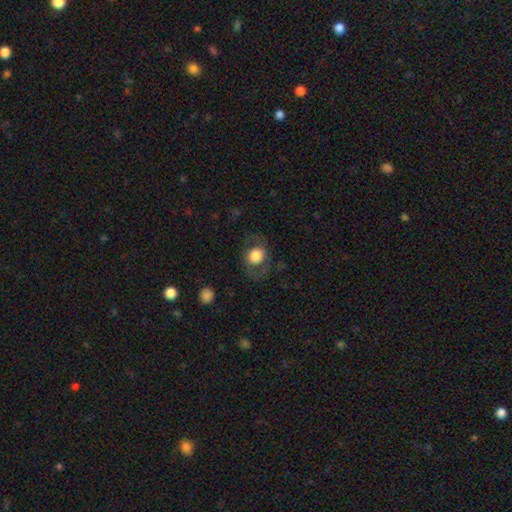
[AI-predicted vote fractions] Overall: smooth (65%; featured or disk 27%). How rounded: round (63%; in between 36%). Merging: none (71%).